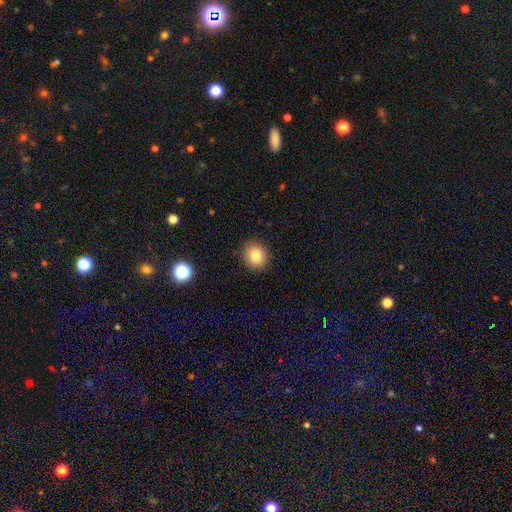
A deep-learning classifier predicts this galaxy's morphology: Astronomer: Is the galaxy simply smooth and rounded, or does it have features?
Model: smooth — 83%.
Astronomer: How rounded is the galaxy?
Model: round — 81%.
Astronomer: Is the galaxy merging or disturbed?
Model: none — 90%.